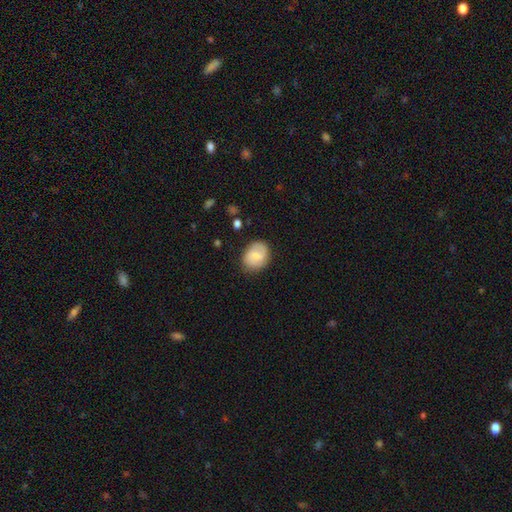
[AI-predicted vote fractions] Smooth or featured?
  - smooth: 64% *
  - featured or disk: 29%
  - star or artifact: 7%
How rounded?
  - round: 51% *
  - in between: 48%
  - cigar-shaped: 1%
Merging?
  - none: 79% *
  - minor disturbance: 15%
  - major disturbance: 4%
  - merger: 1%